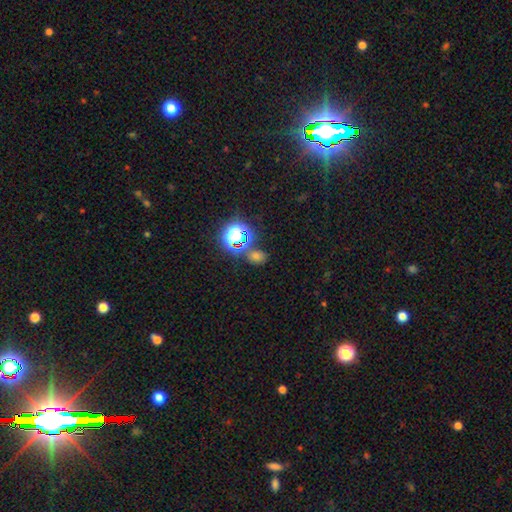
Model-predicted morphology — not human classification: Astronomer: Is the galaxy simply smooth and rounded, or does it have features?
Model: smooth — 54% (runner-up: star or artifact, 39%).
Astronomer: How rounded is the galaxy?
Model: round — 55% (runner-up: in between, 43%).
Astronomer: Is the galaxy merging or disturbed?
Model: none — 73%.